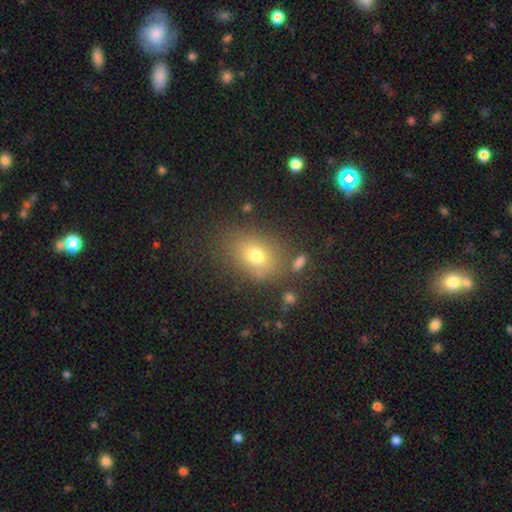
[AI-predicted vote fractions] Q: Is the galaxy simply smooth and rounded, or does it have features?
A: smooth — 71%.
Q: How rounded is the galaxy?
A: in between — 70%.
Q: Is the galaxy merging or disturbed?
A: none — 75%.